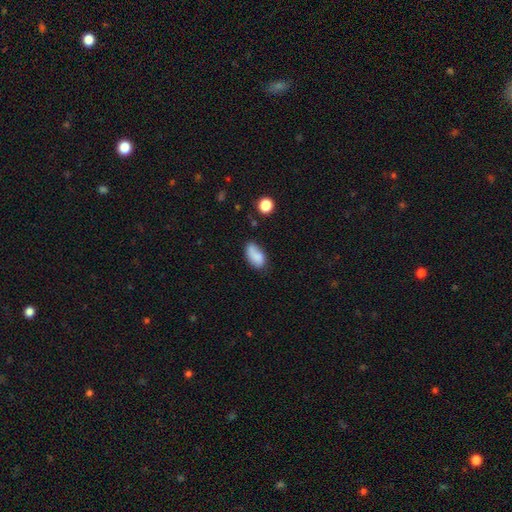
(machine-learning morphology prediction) This is likely a smooth galaxy (80%). How rounded: clearly in between (91%). Merging: possibly none (55%).